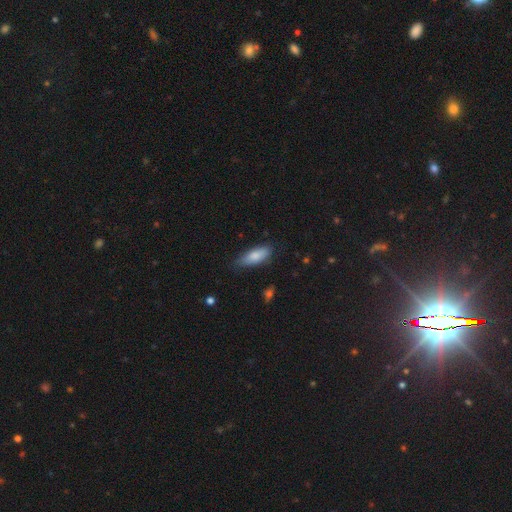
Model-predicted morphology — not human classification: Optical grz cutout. It shows a smooth galaxy with no disk features (82%) that is in between round and cigar-shaped (67%). Merging: none (74%).